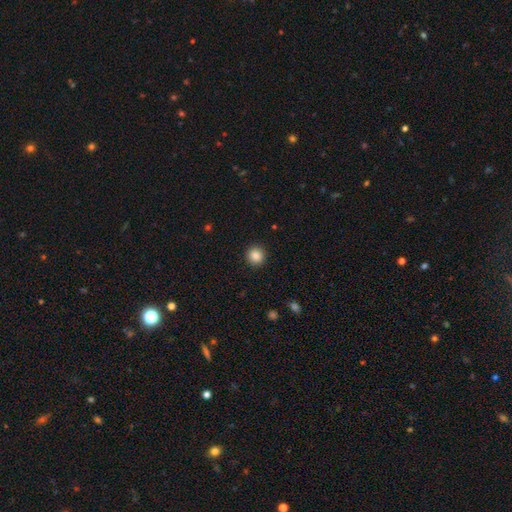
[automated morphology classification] smooth-or-featured: smooth: 86% | star or artifact: 10% | featured or disk: 4%
  how-rounded: round: 93% | in between: 6% | cigar-shaped: 1%
  merging: none: 92% | minor disturbance: 5% | major disturbance: 2% | merger: 1%